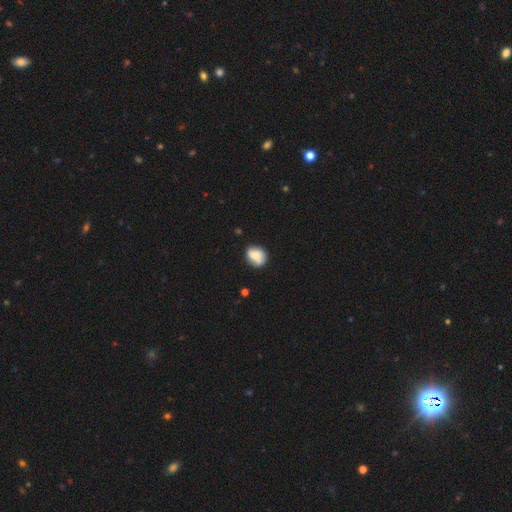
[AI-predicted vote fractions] Q: Smooth or featured?
A: smooth (76%); runner-up: featured or disk (15%)
Q: How rounded?
A: in between (57%); runner-up: round (42%)
Q: Merging?
A: none (59%); runner-up: minor disturbance (27%)